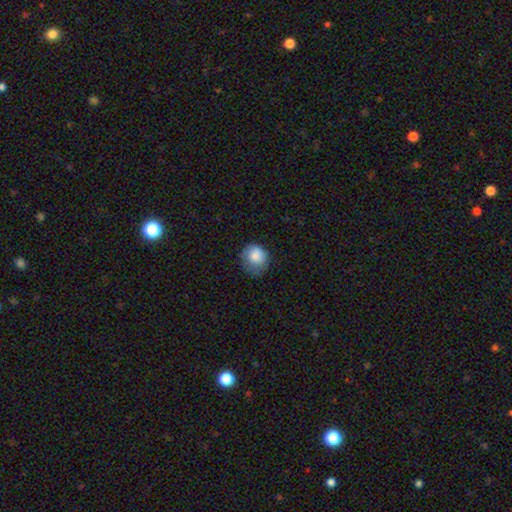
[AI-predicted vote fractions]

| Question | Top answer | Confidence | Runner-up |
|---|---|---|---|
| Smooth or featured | smooth | 82% | featured or disk (10%) |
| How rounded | round | 74% | in between (25%) |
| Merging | none | 51% | minor disturbance (33%) |